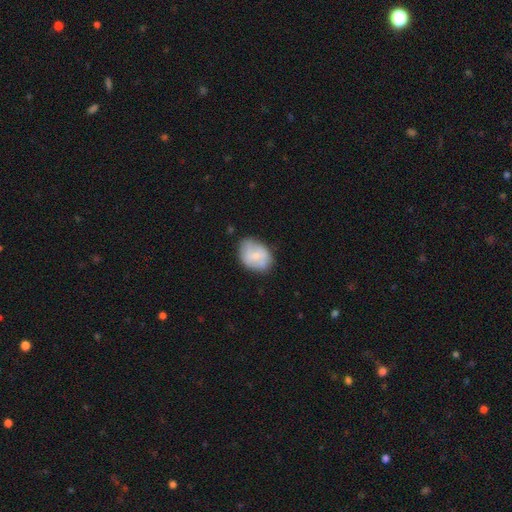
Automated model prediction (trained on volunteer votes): Smooth or featured: smooth — 60% (featured or disk — 33%)
How rounded: in between — 70% (round — 29%)
Merging: none — 63% (minor disturbance — 27%)